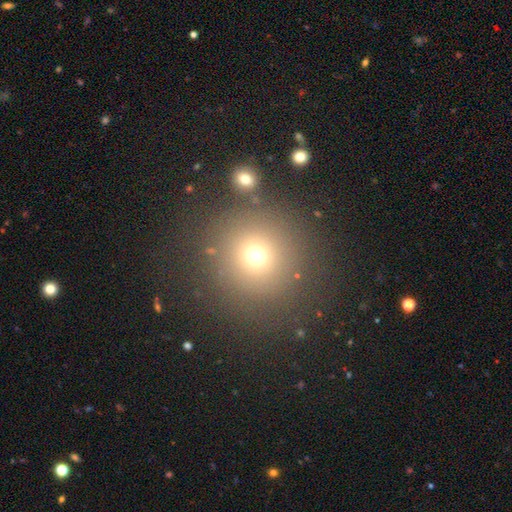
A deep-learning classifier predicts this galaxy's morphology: This appears to be a smooth galaxy with no disk features (70%) that is round (94%). Merging: none (82%).